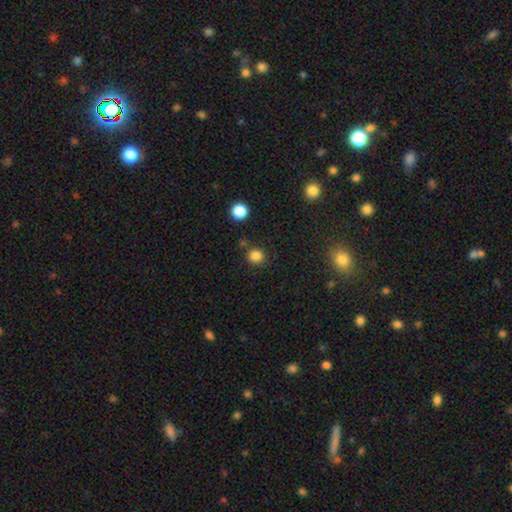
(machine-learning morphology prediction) smooth 82%, star or artifact 13%, featured or disk 4%. Down the decision tree: how rounded — round (86%); merging — none (81%).